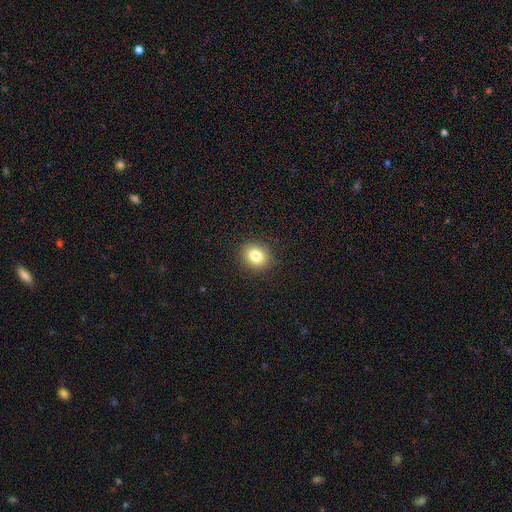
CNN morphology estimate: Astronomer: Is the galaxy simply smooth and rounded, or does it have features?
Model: smooth — 82%.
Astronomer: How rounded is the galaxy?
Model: round — 65%.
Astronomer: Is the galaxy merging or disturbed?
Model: none — 90%.